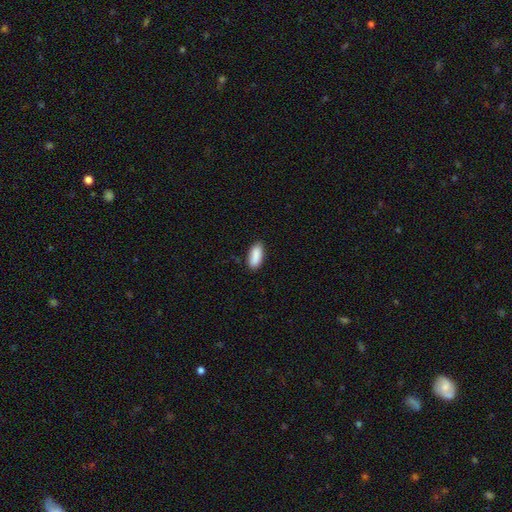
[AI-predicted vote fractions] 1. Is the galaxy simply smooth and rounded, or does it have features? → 89% smooth, 7% star or artifact, 4% featured or disk.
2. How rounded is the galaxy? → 81% in between, 17% cigar-shaped, 2% round.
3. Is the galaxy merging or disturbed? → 83% none, 13% minor disturbance, 2% major disturbance, 2% merger.